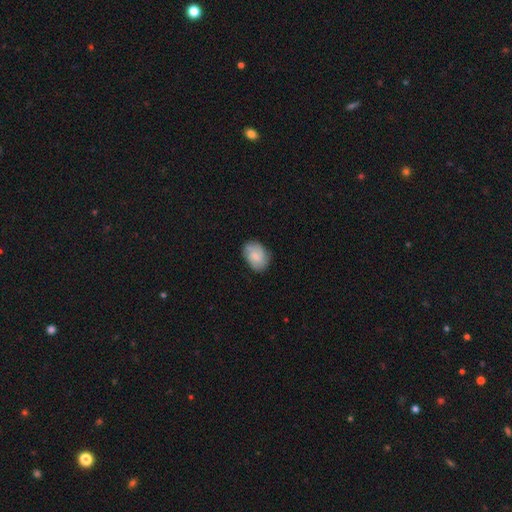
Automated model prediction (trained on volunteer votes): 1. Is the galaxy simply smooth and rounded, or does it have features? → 50% smooth, 42% featured or disk, 8% star or artifact.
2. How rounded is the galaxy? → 76% in between, 22% round, 1% cigar-shaped.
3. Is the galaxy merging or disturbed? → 75% none, 19% minor disturbance, 5% major disturbance, 1% merger.